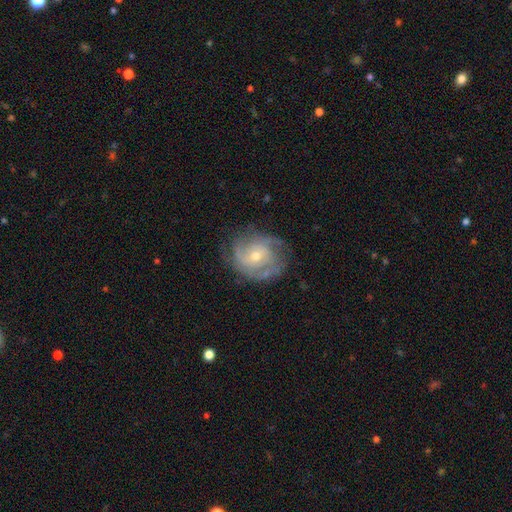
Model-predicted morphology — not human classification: smooth-or-featured: featured or disk: 81% | smooth: 13% | star or artifact: 6%
  disk-edge-on: no: 97% | yes: 3%
    bar: no: 66% | weak: 28% | strong: 6%
    has-spiral-arms: yes: 91% | no: 9%
      spiral-winding: tight: 55% | medium: 35% | loose: 10%
      spiral-arm-count: can't tell: 32% | 2: 25% | 3: 25% | 4: 8% | 1: 5% | more than 4: 5%
    bulge-size: small: 52% | moderate: 45% | large: 2% | none: 1% | dominant: 1%
  merging: none: 69% | minor disturbance: 20% | major disturbance: 9% | merger: 1%